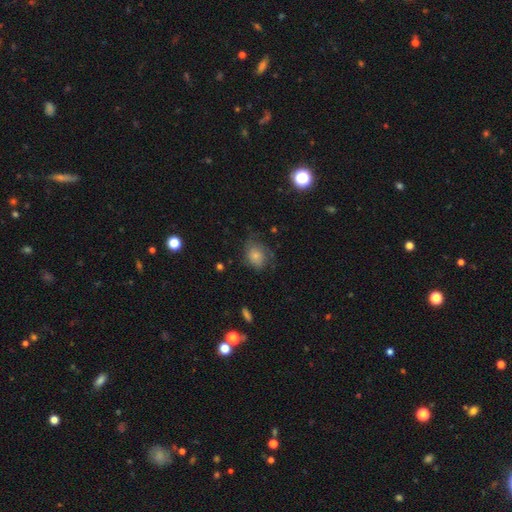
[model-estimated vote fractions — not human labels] This is likely a smooth galaxy (65%). How rounded: possibly in between (52%). Merging: possibly none (51%).